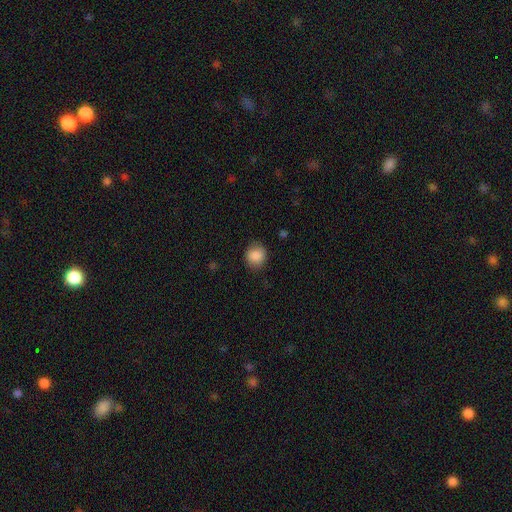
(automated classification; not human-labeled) Morphology: type=smooth (88%); roundness=round (78%); merging=none (81%).